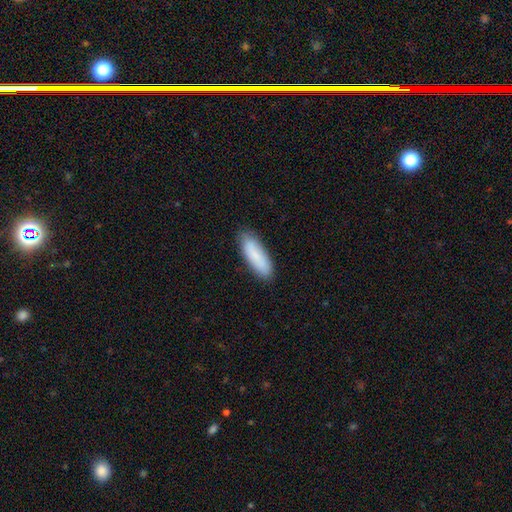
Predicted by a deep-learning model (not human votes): smooth-or-featured: smooth: 83% | featured or disk: 11% | star or artifact: 6%
  how-rounded: in between: 53% | cigar-shaped: 46% | round: 2%
  merging: none: 84% | minor disturbance: 12% | major disturbance: 2% | merger: 1%